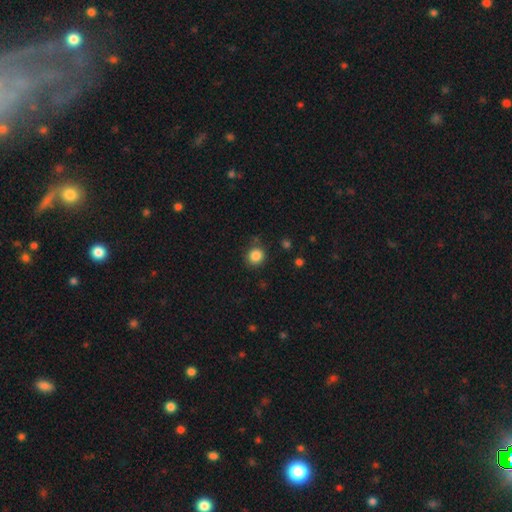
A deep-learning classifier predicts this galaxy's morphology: Q: Smooth or featured?
A: smooth (86%); runner-up: star or artifact (11%)
Q: How rounded?
A: round (88%); runner-up: in between (11%)
Q: Merging?
A: none (85%); runner-up: minor disturbance (10%)